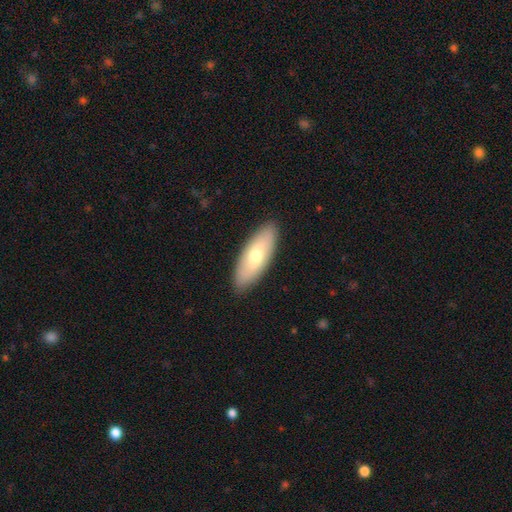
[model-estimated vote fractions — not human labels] This appears to be a smooth galaxy with no disk features (64%) that is in between round and cigar-shaped (74%). Merging: none (90%).